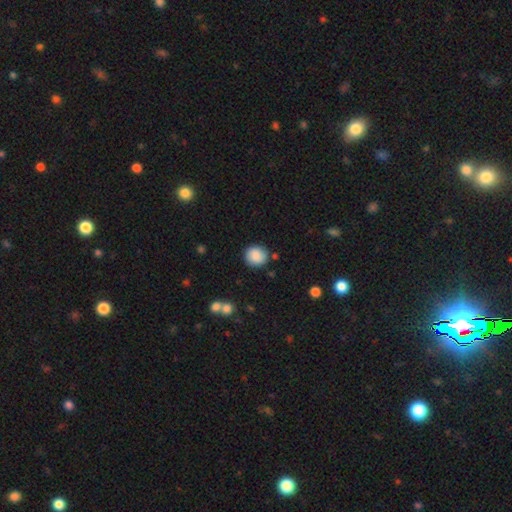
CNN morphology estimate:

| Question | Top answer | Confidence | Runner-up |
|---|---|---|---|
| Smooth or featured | smooth | 87% | star or artifact (7%) |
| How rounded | round | 89% | in between (10%) |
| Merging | none | 85% | minor disturbance (10%) |